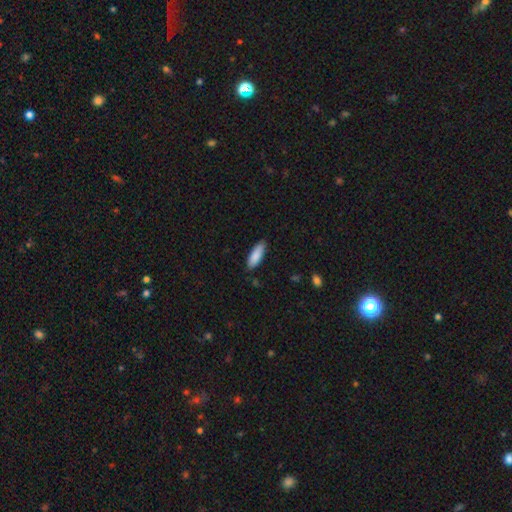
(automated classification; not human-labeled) Smooth or featured? Predicted: smooth (p=0.88). How rounded? Predicted: in between (p=0.62). Merging? Predicted: none (p=0.83).